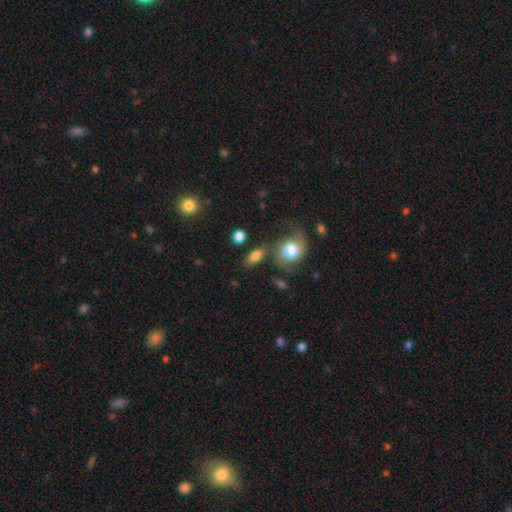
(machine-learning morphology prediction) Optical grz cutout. It shows a smooth galaxy with no disk features (79%) that is in between round and cigar-shaped (77%). Merging: none (65%).